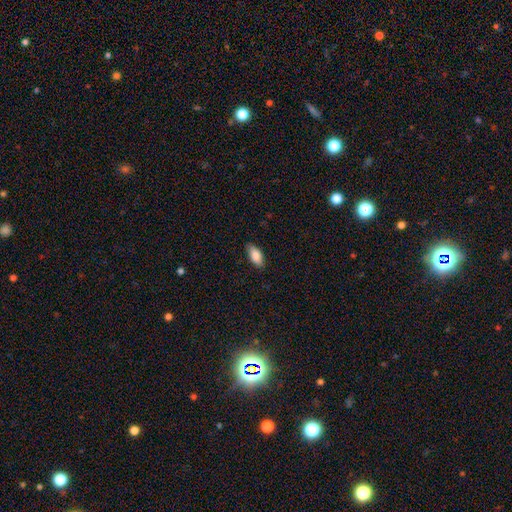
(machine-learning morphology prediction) type=smooth (87%); roundness=in between (89%); merging=none (82%).